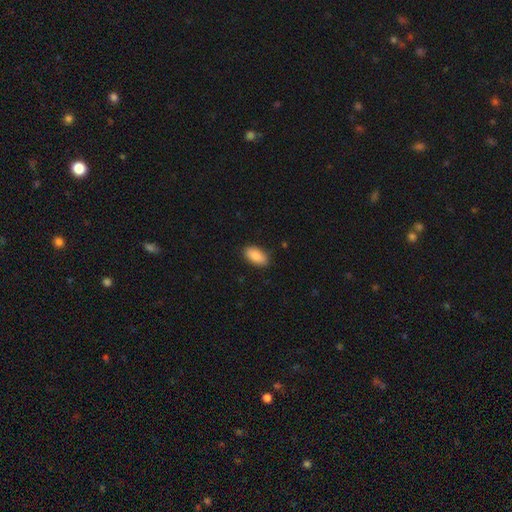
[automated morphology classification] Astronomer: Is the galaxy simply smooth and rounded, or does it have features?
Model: smooth — 87%.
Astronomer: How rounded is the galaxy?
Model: in between — 93%.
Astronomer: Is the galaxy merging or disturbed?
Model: none — 87%.